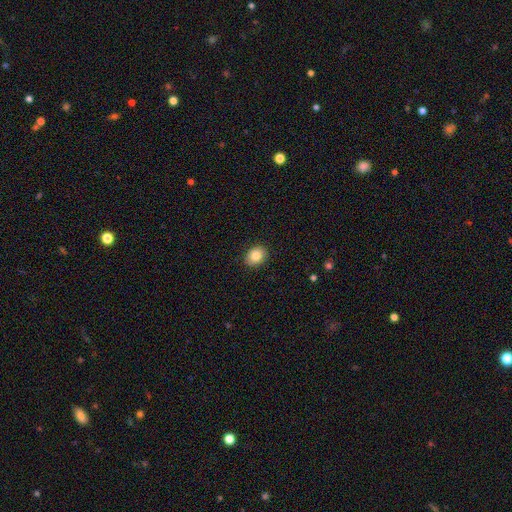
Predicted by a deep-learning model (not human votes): Smooth or featured?
  - smooth: 84% *
  - star or artifact: 9%
  - featured or disk: 7%
How rounded?
  - in between: 58% *
  - round: 41%
  - cigar-shaped: 1%
Merging?
  - none: 90% *
  - minor disturbance: 8%
  - major disturbance: 2%
  - merger: 1%